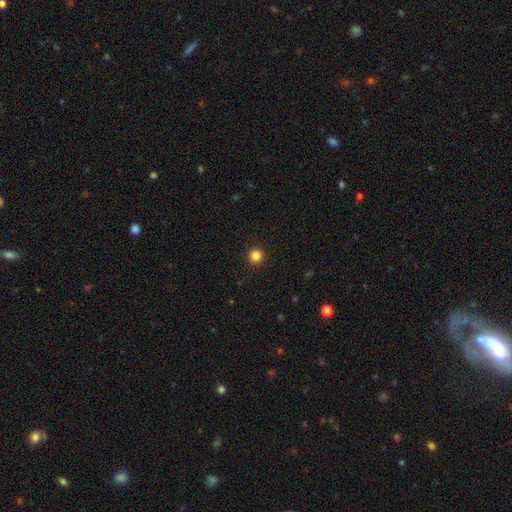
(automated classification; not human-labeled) Smooth or featured? Predicted: smooth (p=0.84). How rounded? Predicted: round (p=0.95). Merging? Predicted: none (p=0.93).